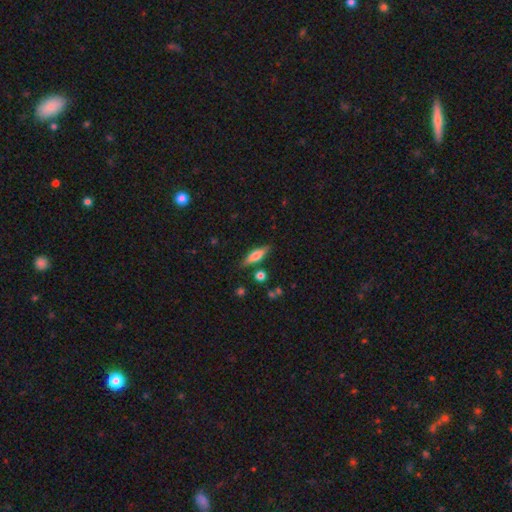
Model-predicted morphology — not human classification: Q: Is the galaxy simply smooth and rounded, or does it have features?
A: smooth — 63%.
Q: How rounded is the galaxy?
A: cigar-shaped — 58%.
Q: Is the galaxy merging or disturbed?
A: none — 80%.